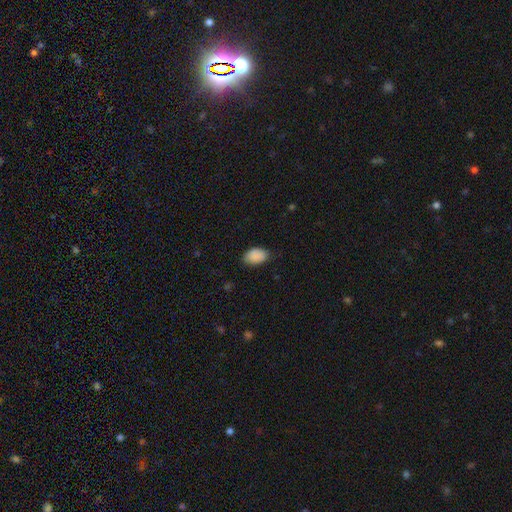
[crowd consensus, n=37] smooth_or_featured: smooth (p=0.89) [alt: star or artifact p=0.08]
how_rounded: in between (p=0.91) [alt: round p=0.09]
merging: none (p=0.88) [alt: minor disturbance p=0.06]